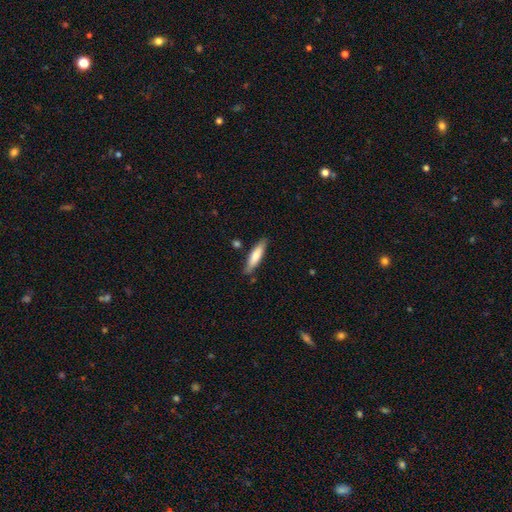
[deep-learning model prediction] The model was most divided on "how rounded": cigar-shaped: 74%, in between: 24%, round: 1%. More confident: merging — none (81%); smooth or featured — smooth (74%).